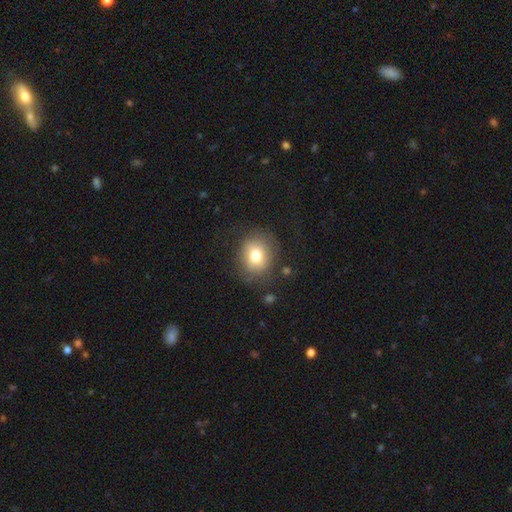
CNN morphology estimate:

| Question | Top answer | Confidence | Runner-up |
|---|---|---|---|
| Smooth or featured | smooth | 76% | featured or disk (14%) |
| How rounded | round | 70% | in between (29%) |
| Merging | none | 78% | minor disturbance (14%) |